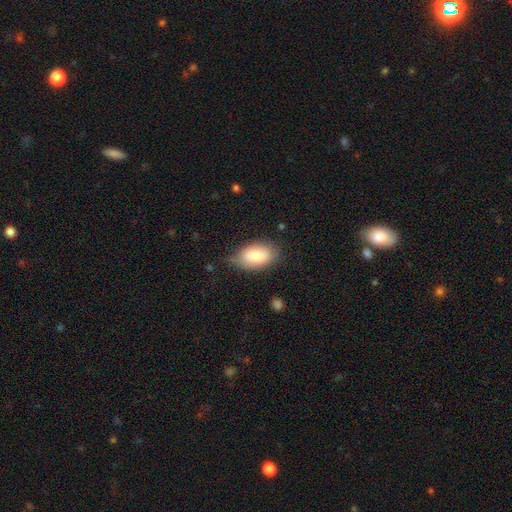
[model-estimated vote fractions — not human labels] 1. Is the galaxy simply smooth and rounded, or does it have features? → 79% smooth, 14% featured or disk, 6% star or artifact.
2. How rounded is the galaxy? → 92% in between, 6% round, 2% cigar-shaped.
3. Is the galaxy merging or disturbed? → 65% none, 28% minor disturbance, 6% major disturbance, 2% merger.